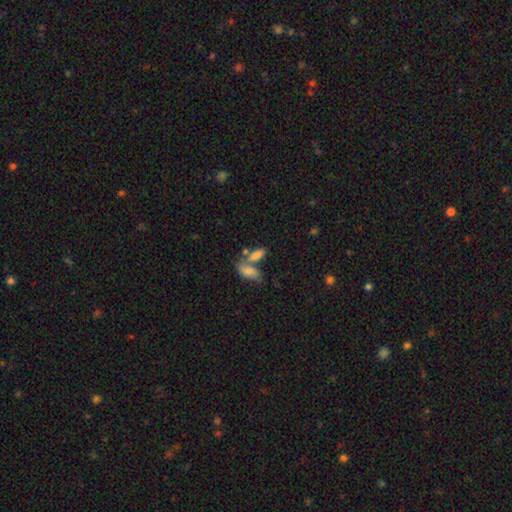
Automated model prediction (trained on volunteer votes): A smooth galaxy with no disk features (76%) that is in between round and cigar-shaped (82%).

Vote fractions:
- Smooth or featured? smooth: 76% / featured or disk: 15% / star or artifact: 9%
- How rounded? in between: 82% / cigar-shaped: 14% / round: 5%
- Merging? merger: 49% / none: 35% / minor disturbance: 10% / major disturbance: 5%